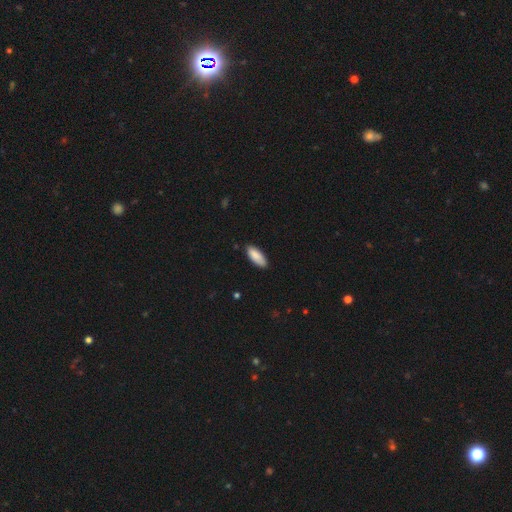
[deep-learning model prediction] Morphology: type=smooth (89%); roundness=in between (80%); merging=none (84%).